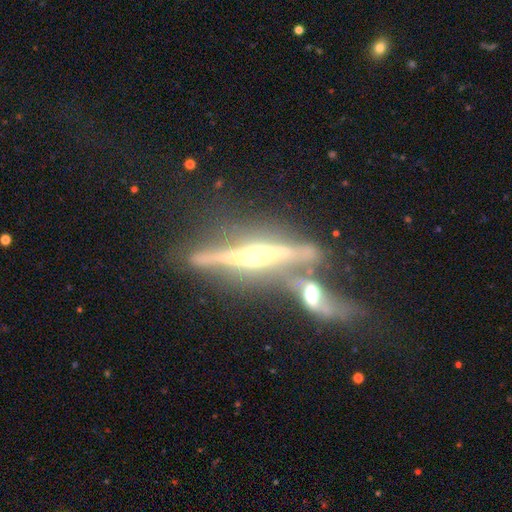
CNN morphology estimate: Q: Smooth or featured?
A: featured or disk (88%); runner-up: smooth (7%)
Q: Edge-on disk?
A: yes (94%); runner-up: no (6%)
Q: Edge-on bulge?
A: rounded (87%); runner-up: none (7%)
Q: Merging?
A: none (47%); runner-up: merger (32%)